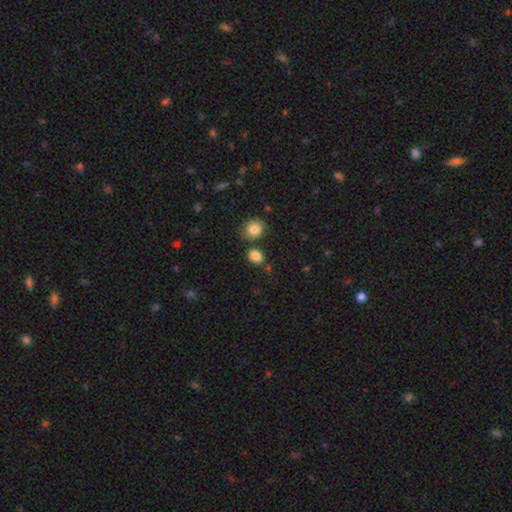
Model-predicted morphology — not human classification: This is clearly a smooth galaxy (85%). How rounded: possibly in between (58%). Merging: likely none (70%).